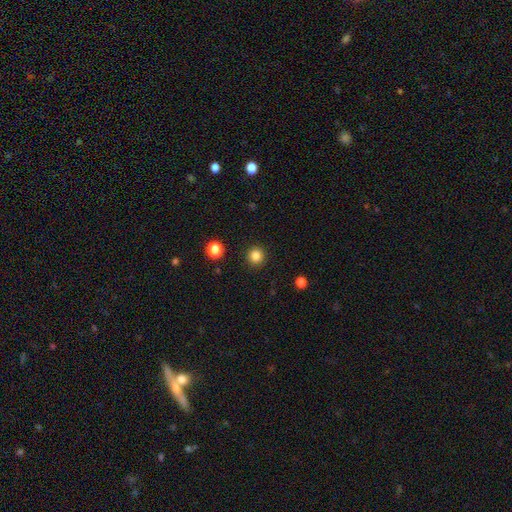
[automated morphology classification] Smooth or featured? Predicted: smooth (p=0.84). How rounded? Predicted: round (p=0.95). Merging? Predicted: none (p=0.92).